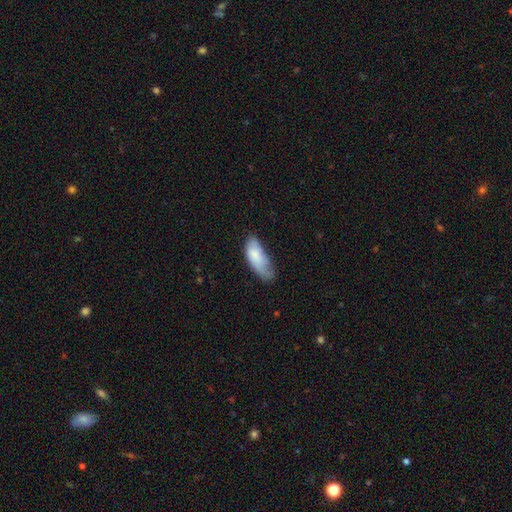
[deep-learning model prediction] smooth 77%, featured or disk 17%, star or artifact 6%. Down the decision tree: how rounded — in between (80%); merging — none (39%, tied with minor disturbance).